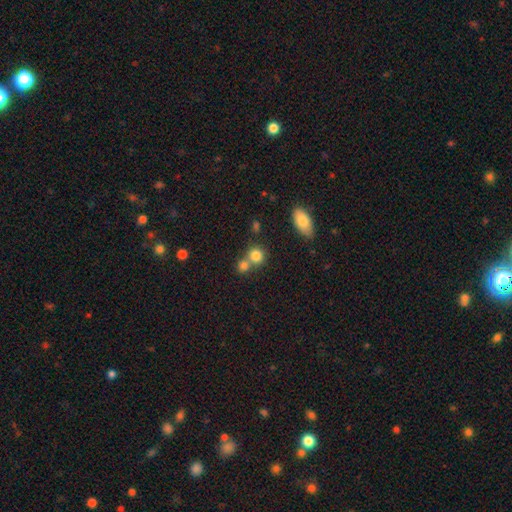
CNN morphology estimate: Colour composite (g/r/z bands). It shows a smooth galaxy with no disk features (82%) that is round (82%). Merging: none (49%).